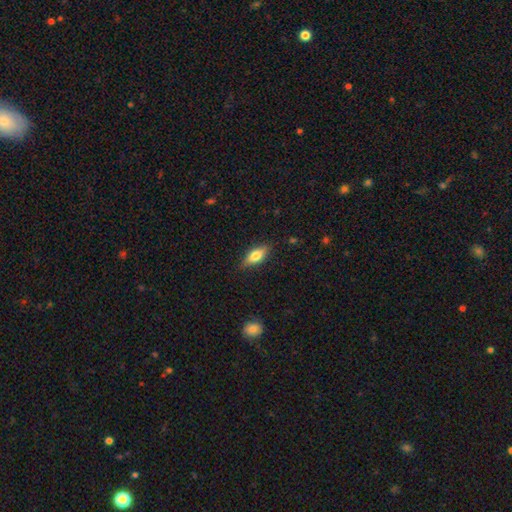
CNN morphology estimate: smooth_or_featured: smooth (p=0.70) [alt: featured or disk p=0.23]
how_rounded: in between (p=0.73) [alt: cigar-shaped p=0.24]
merging: none (p=0.83) [alt: minor disturbance p=0.13]